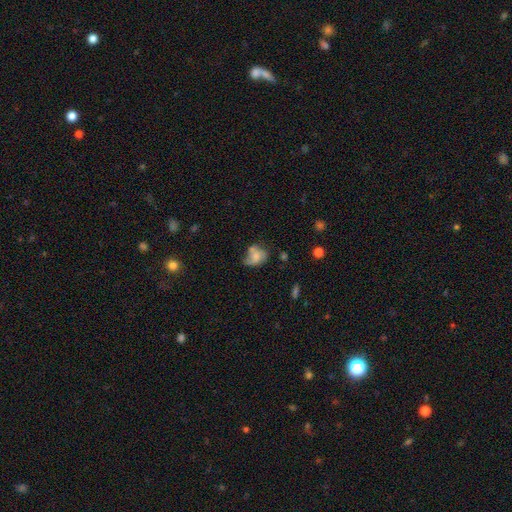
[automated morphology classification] Smooth or featured? Predicted: smooth (p=0.50). Merging? Predicted: none (p=0.39).